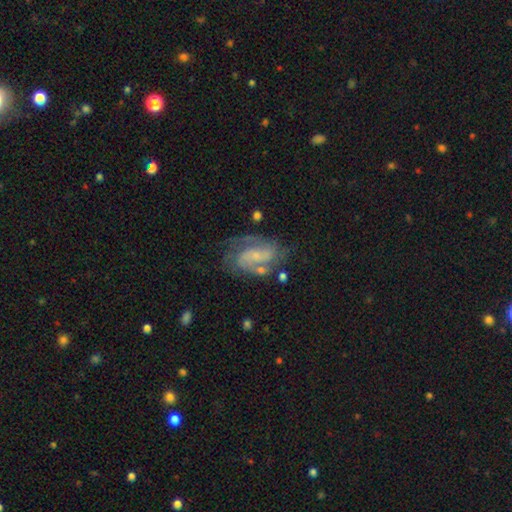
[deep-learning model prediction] Smooth or featured? featured or disk (79%)
Edge-on disk? no (97%)
Bar? no (43%)
Spiral arms? yes (93%)
Spiral winding? medium (49%)
Spiral arm count? 2 (74%)
Bulge size? small (59%)
Merging? none (60%)